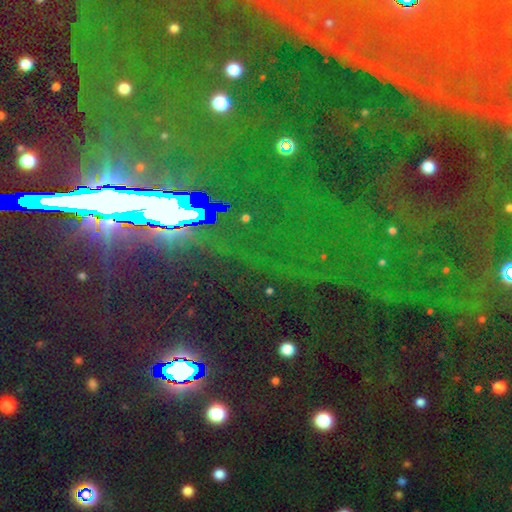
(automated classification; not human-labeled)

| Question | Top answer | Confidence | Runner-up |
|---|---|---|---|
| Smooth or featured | star or artifact | 83% | featured or disk (9%) |